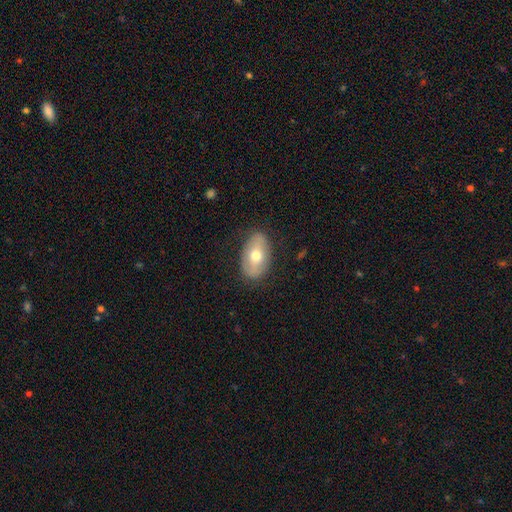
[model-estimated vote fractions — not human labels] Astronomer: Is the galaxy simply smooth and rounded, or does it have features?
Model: smooth — 56% (runner-up: featured or disk, 38%).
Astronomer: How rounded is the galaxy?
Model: in between — 90%.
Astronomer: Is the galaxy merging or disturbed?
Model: none — 82%.